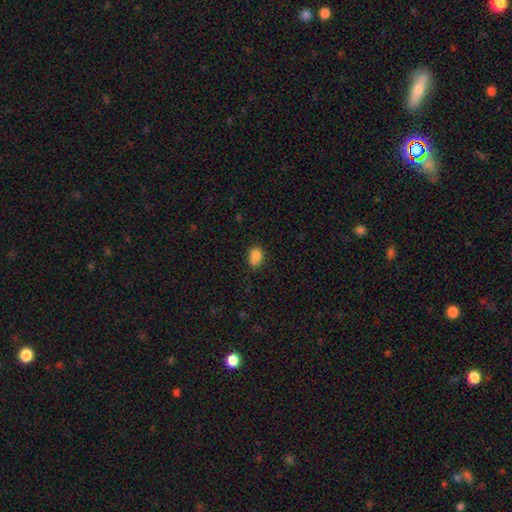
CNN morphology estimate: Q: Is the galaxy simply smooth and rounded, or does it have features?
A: smooth — 81%.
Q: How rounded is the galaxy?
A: in between — 66%.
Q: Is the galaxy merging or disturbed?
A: none — 56%.